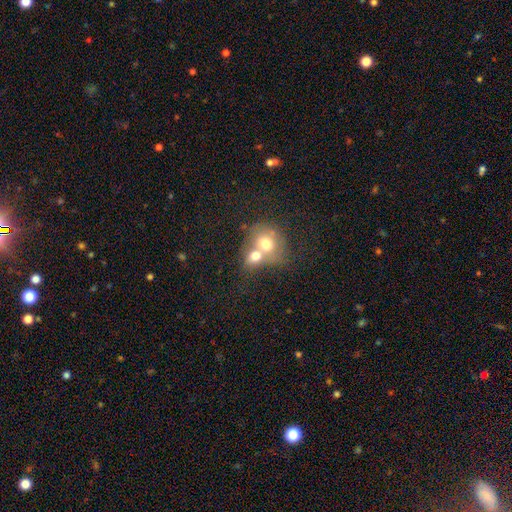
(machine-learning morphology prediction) smooth_or_featured: smooth (p=0.67) [alt: featured or disk p=0.23]
how_rounded: round (p=0.59) [alt: in between p=0.40]
merging: merger (p=0.72) [alt: none p=0.18]